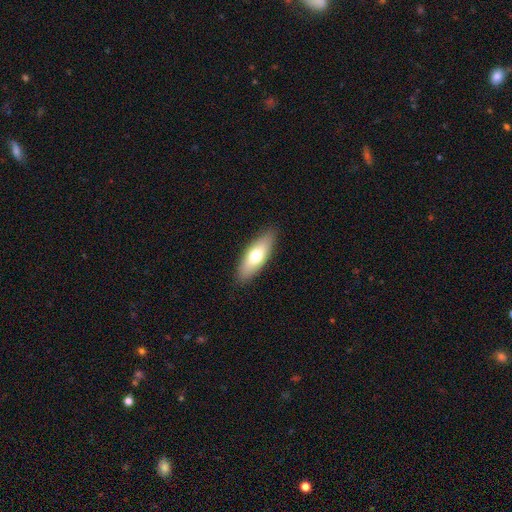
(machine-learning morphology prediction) The model was most divided on "how rounded": in between: 65%, cigar-shaped: 33%, round: 2%. More confident: merging — none (88%); smooth or featured — smooth (68%).